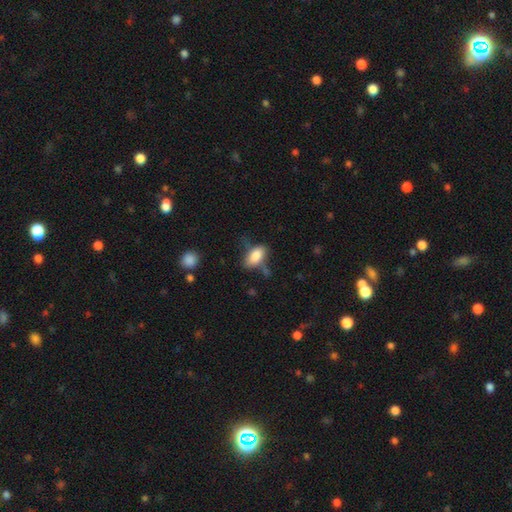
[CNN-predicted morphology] type=smooth (82%); roundness=in between (89%); merging=none (53%).